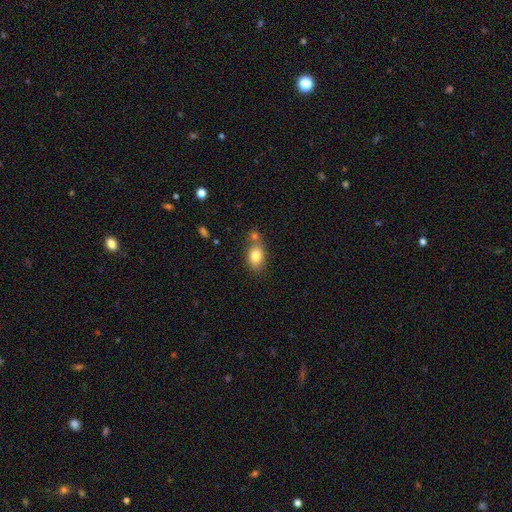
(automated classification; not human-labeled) Smooth or featured? Predicted: smooth (p=0.81). How rounded? Predicted: in between (p=0.77). Merging? Predicted: none (p=0.59).